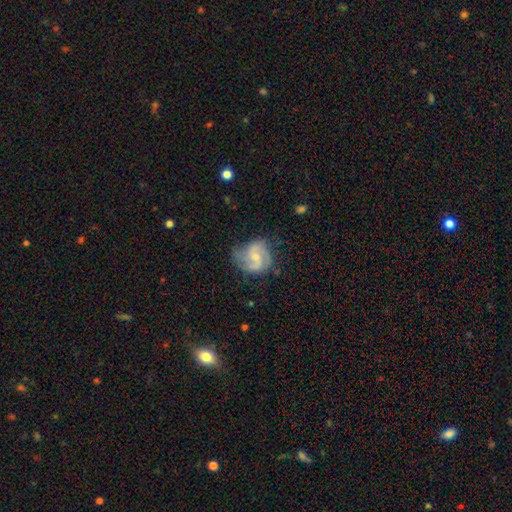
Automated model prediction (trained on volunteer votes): This is clearly a featured or disk galaxy (82%). It is clearly not viewed edge-on (98%). Bar: possibly no (52%). Spiral arm pattern: clearly yes (96%). Spiral arm count: likely 2 (66%). Spiral winding: possibly medium (53%). Central bulge: possibly small (60%). Merging: likely none (63%).